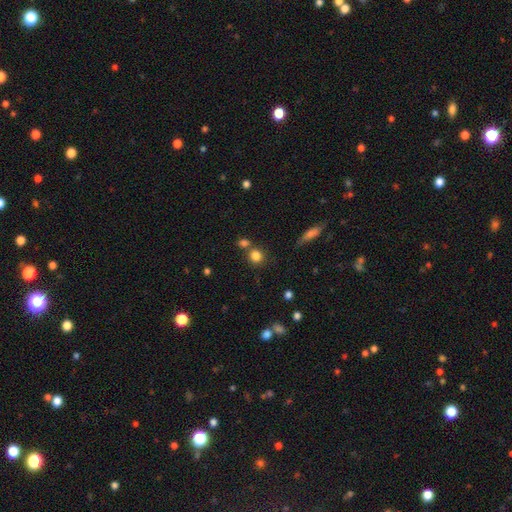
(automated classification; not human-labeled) smooth_or_featured: smooth (p=0.81) [alt: star or artifact p=0.12]
how_rounded: round (p=0.82) [alt: in between p=0.16]
merging: none (p=0.64) [alt: merger p=0.22]